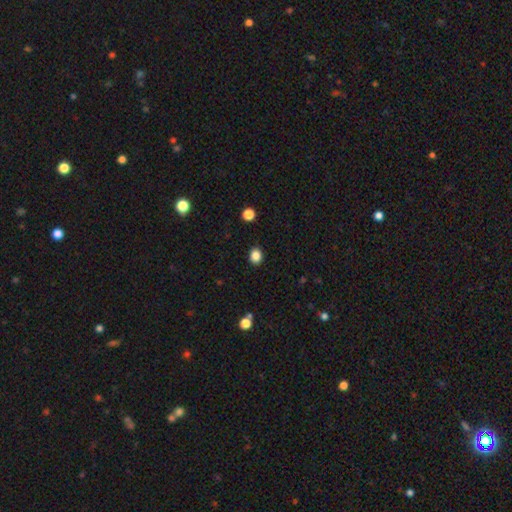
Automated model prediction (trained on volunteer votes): This is clearly a smooth galaxy (86%). How rounded: possibly round (53%). Merging: clearly none (90%).